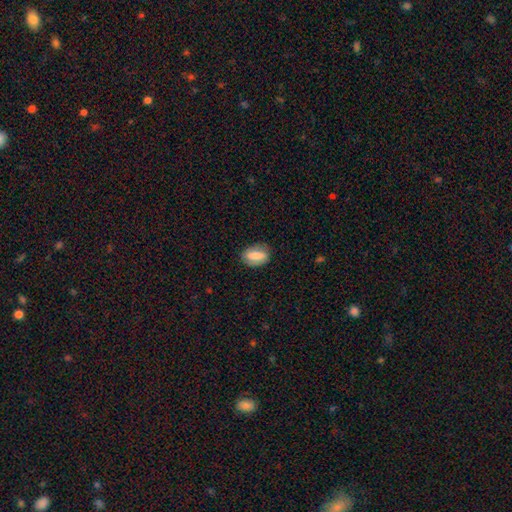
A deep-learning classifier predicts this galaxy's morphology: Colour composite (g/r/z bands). It shows a smooth galaxy with no disk features (65%) that is in between round and cigar-shaped (80%). Merging: none (81%).